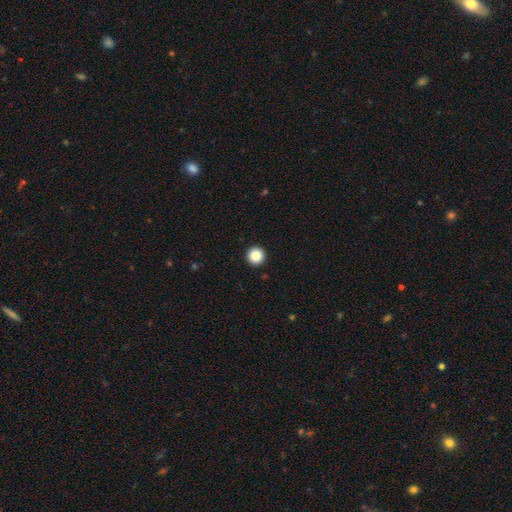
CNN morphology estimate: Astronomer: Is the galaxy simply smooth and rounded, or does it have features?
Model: smooth — 87%.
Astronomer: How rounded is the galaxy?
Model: round — 97%.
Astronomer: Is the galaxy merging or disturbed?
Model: none — 94%.